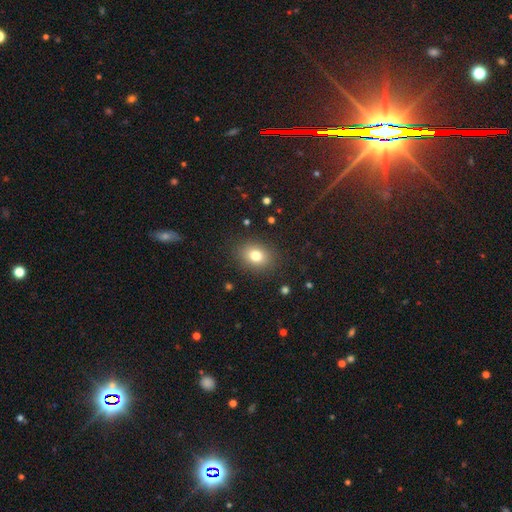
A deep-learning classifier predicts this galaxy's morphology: Overall: smooth (79%). How rounded: in between (61%; round 38%). Merging: none (87%).